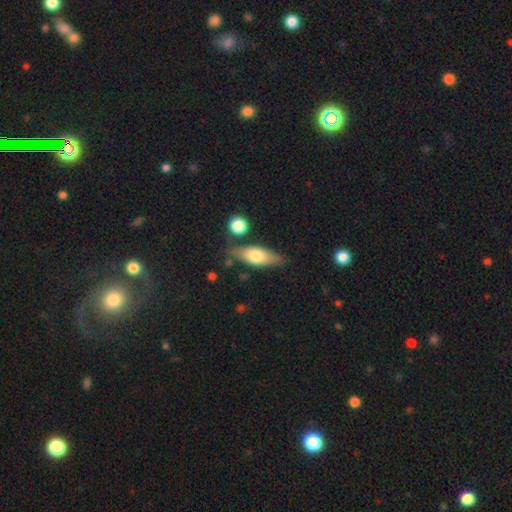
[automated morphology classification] A smooth galaxy with no disk features (60%) that is in between round and cigar-shaped (67%). Merging: none (72%).